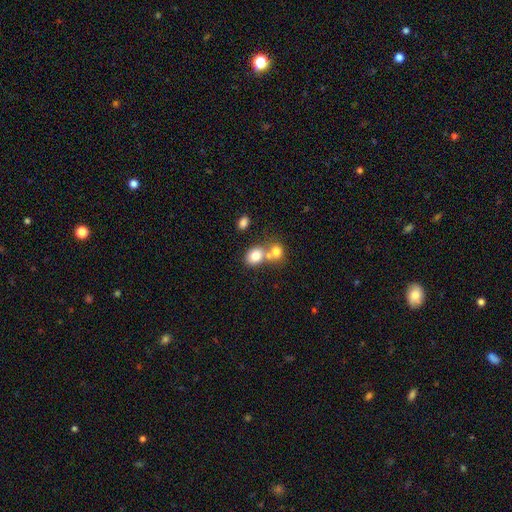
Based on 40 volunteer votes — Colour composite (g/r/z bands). It shows a smooth galaxy with no disk features (75%) that is round (63%). Merging: merger (50%).